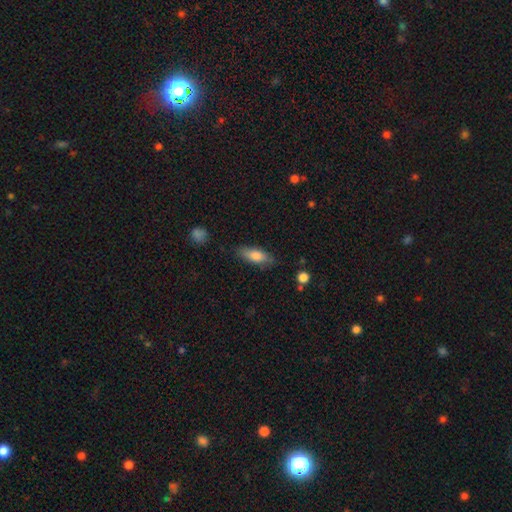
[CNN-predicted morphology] Q: Smooth or featured?
A: smooth (77%); runner-up: featured or disk (16%)
Q: How rounded?
A: in between (65%); runner-up: cigar-shaped (32%)
Q: Merging?
A: none (80%); runner-up: minor disturbance (15%)